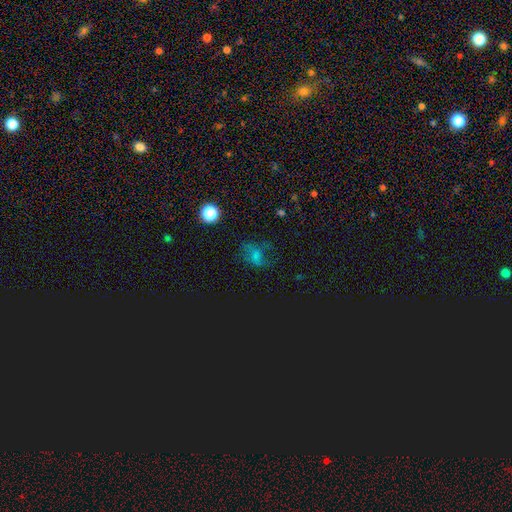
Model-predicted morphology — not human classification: smooth 41%, star or artifact 34%, featured or disk 25%. Down the decision tree: merging — none (54%).